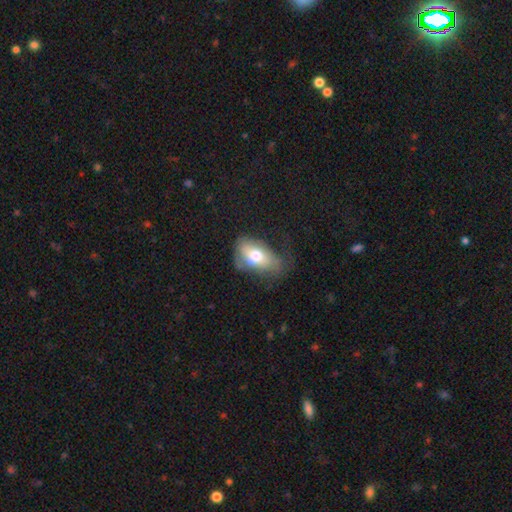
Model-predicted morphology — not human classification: Smooth or featured? Predicted: smooth (p=0.65). How rounded? Predicted: in between (p=0.88). Merging? Predicted: none (p=0.39).